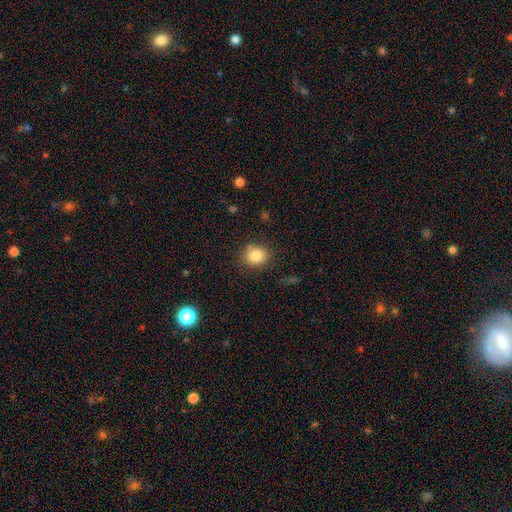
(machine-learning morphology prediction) Smooth or featured?
  - smooth: 84% *
  - star or artifact: 10%
  - featured or disk: 6%
How rounded?
  - round: 67% *
  - in between: 32%
  - cigar-shaped: 1%
Merging?
  - none: 81% *
  - minor disturbance: 12%
  - major disturbance: 3%
  - merger: 3%